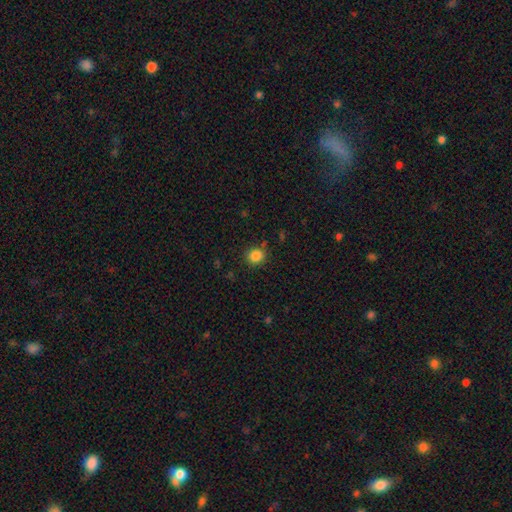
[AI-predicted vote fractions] smooth_or_featured: smooth (p=0.86) [alt: star or artifact p=0.11]
how_rounded: round (p=0.79) [alt: in between p=0.20]
merging: none (p=0.84) [alt: minor disturbance p=0.10]